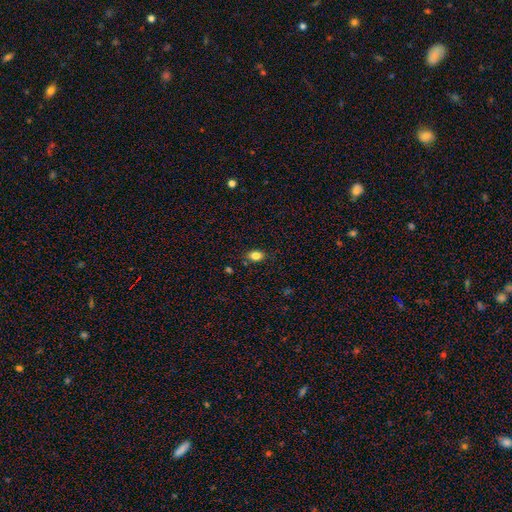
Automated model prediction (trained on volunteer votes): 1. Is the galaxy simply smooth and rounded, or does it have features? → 82% smooth, 10% star or artifact, 8% featured or disk.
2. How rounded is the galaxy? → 81% in between, 17% round, 2% cigar-shaped.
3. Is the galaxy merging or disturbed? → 84% none, 12% minor disturbance, 3% major disturbance, 2% merger.